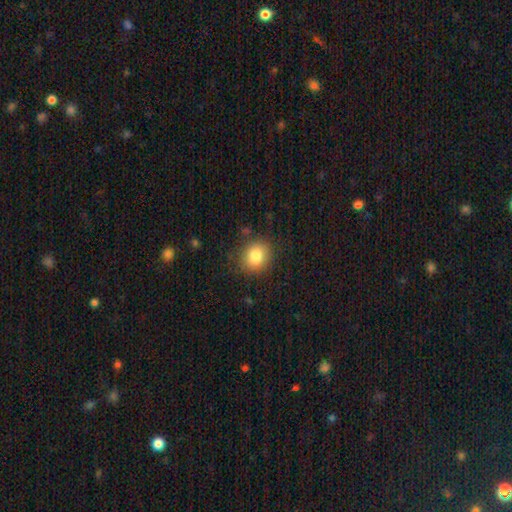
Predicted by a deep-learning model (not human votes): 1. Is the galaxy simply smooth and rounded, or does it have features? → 83% smooth, 10% star or artifact, 8% featured or disk.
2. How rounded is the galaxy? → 71% round, 28% in between, 1% cigar-shaped.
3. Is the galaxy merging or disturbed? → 84% none, 11% minor disturbance, 4% major disturbance, 2% merger.